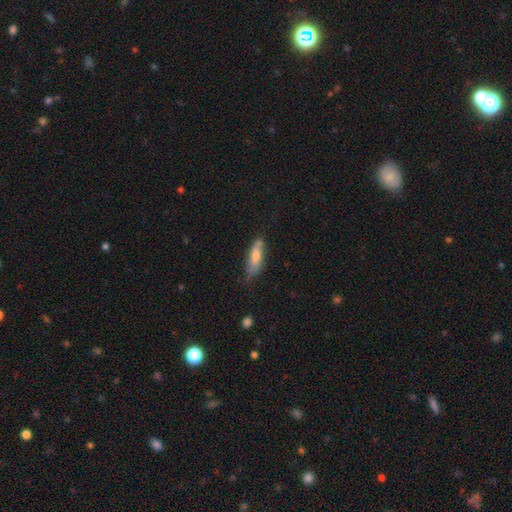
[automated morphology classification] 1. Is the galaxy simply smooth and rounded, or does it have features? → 67% smooth, 26% featured or disk, 7% star or artifact.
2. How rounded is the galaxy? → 50% in between, 48% cigar-shaped, 2% round.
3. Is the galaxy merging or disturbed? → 62% none, 27% minor disturbance, 6% major disturbance, 5% merger.